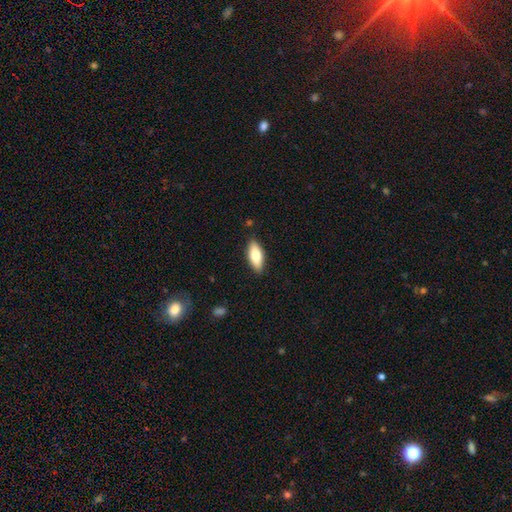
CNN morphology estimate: A smooth galaxy with no disk features (77%) that is in between round and cigar-shaped (78%). Merging: none (87%).